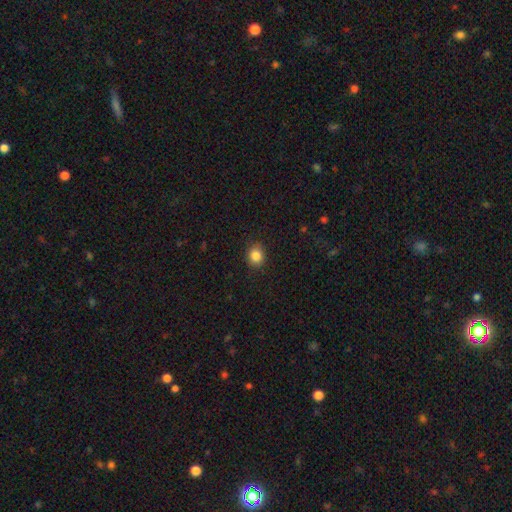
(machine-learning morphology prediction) A smooth galaxy with no disk features (85%) that is round (75%).

Vote fractions:
- Smooth or featured? smooth: 85% / star or artifact: 10% / featured or disk: 5%
- How rounded? round: 75% / in between: 24% / cigar-shaped: 1%
- Merging? none: 88% / minor disturbance: 8% / major disturbance: 2% / merger: 1%